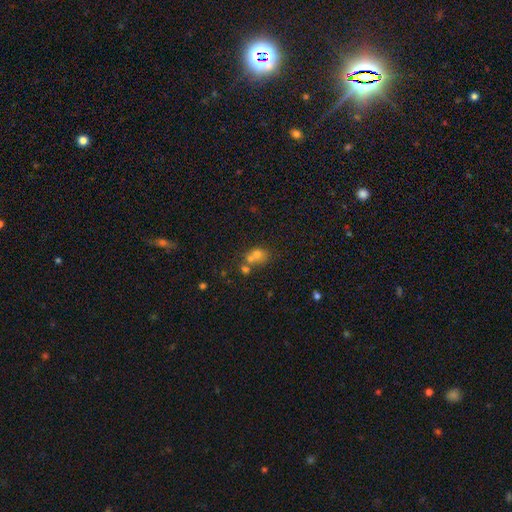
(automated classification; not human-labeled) Smooth or featured? Predicted: smooth (p=0.68). How rounded? Predicted: round (p=0.51). Merging? Predicted: merger (p=0.50).